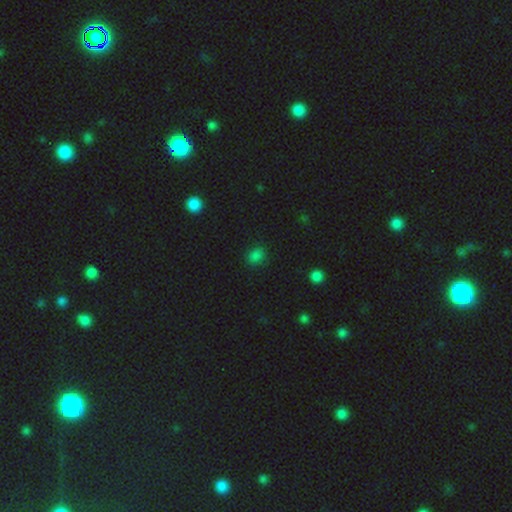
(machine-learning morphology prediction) smooth 78%, star or artifact 19%, featured or disk 3%. Down the decision tree: how rounded — round (50%); merging — none (84%).